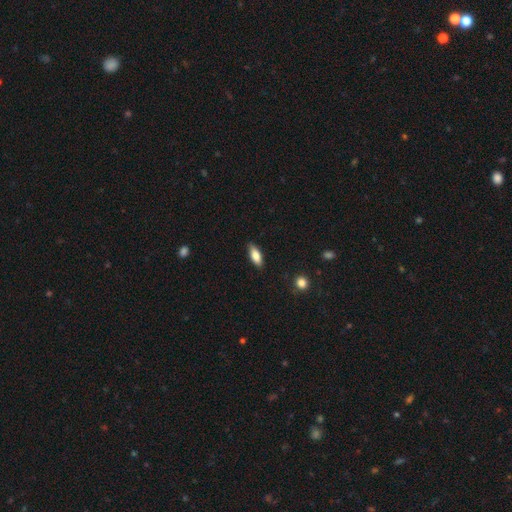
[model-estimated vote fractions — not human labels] Smooth or featured?
  - smooth: 80% *
  - featured or disk: 14%
  - star or artifact: 7%
How rounded?
  - in between: 76% *
  - cigar-shaped: 21%
  - round: 2%
Merging?
  - none: 85% *
  - minor disturbance: 12%
  - major disturbance: 2%
  - merger: 1%